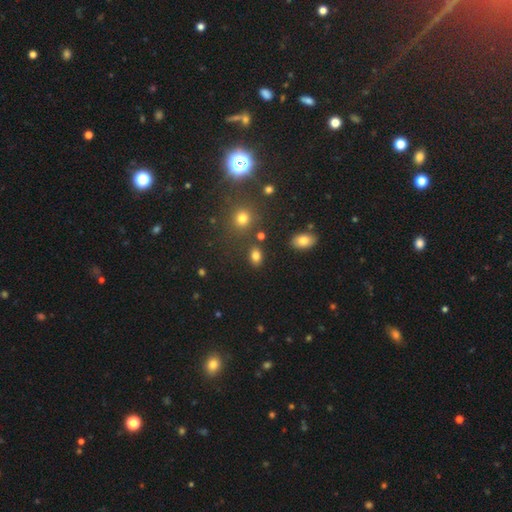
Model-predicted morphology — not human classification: A smooth galaxy with no disk features (81%) that is in between round and cigar-shaped (77%).

Vote fractions:
- Smooth or featured? smooth: 81% / star or artifact: 13% / featured or disk: 6%
- How rounded? in between: 77% / round: 21% / cigar-shaped: 2%
- Merging? none: 80% / minor disturbance: 11% / merger: 6% / major disturbance: 4%